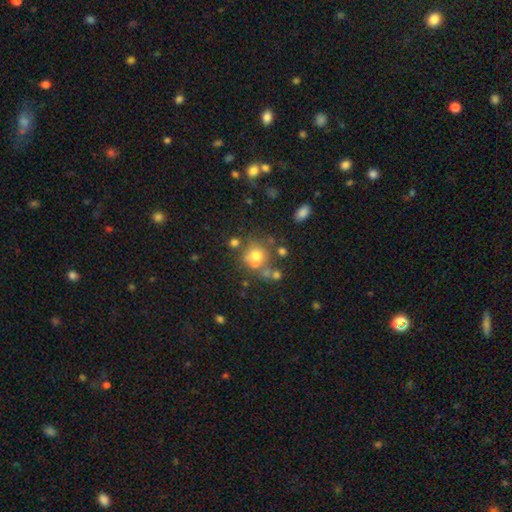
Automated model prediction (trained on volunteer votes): Smooth or featured? Predicted: smooth (p=0.59). How rounded? Predicted: round (p=0.80). Merging? Predicted: none (p=0.46).